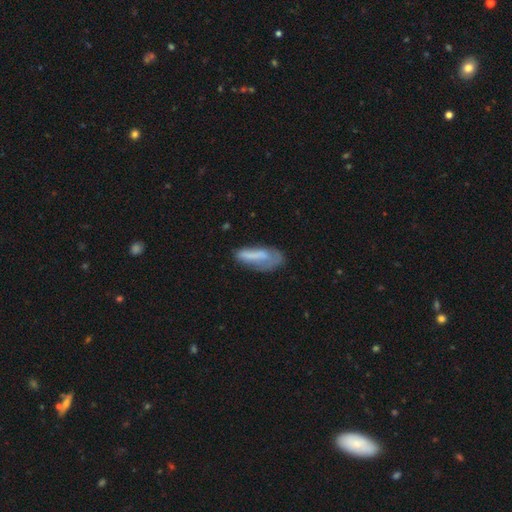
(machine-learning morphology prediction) Overall: smooth (64%; featured or disk 27%). How rounded: in between (53%; cigar-shaped 45%). Merging: none (38%; minor disturbance 30%).